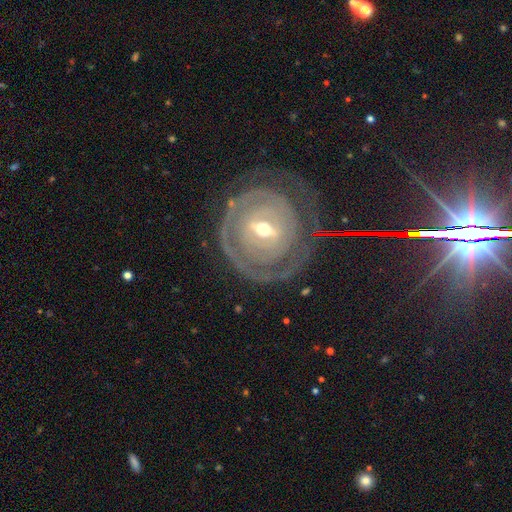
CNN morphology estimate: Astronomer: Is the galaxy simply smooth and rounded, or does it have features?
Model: featured or disk — 83%.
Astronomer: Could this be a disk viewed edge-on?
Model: no — 96%.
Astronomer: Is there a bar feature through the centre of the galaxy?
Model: no — 50% (runner-up: weak, 29%).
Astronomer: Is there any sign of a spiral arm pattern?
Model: yes — 95%.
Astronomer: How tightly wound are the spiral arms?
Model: tight — 86%.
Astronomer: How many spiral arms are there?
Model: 2 — 33% (runner-up: can't tell, 27%).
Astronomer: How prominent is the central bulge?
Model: small — 53% (runner-up: moderate, 43%).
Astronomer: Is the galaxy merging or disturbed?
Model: none — 80%.